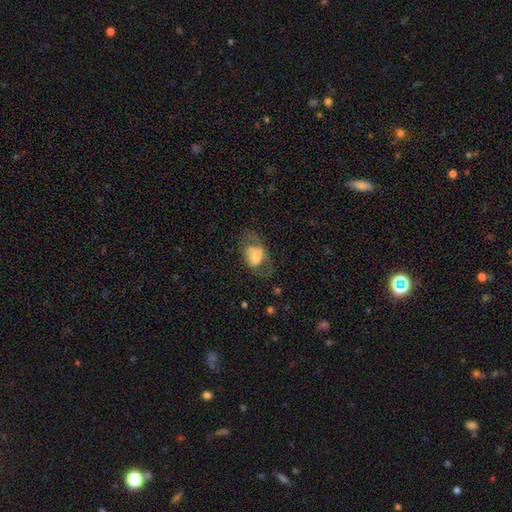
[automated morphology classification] A smooth galaxy with no disk features (56%) that is in between round and cigar-shaped (79%). Merging: none (47%).